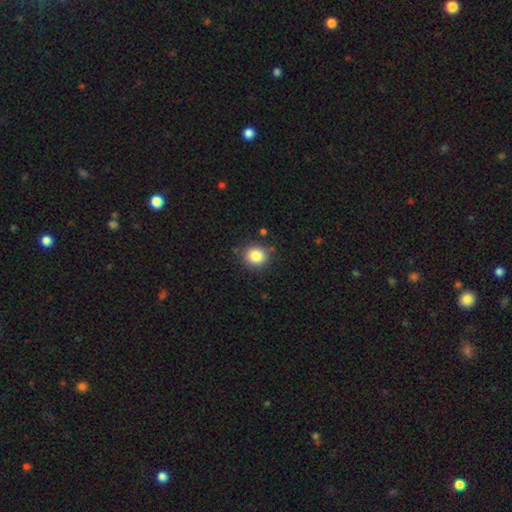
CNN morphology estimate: This appears to be a smooth galaxy with no disk features (84%) that is round (85%). Merging: none (86%).